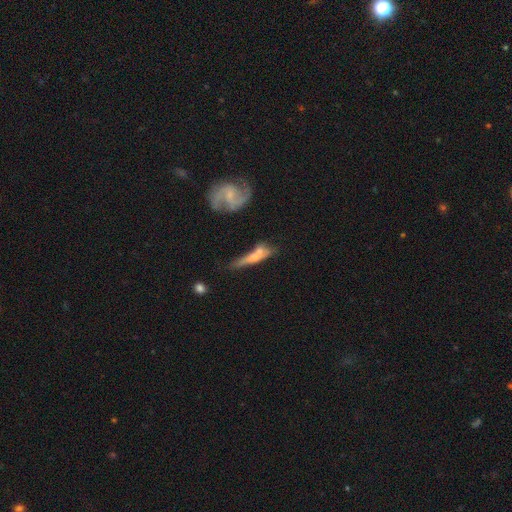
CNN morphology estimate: type=smooth (47%); merging=none (37%).